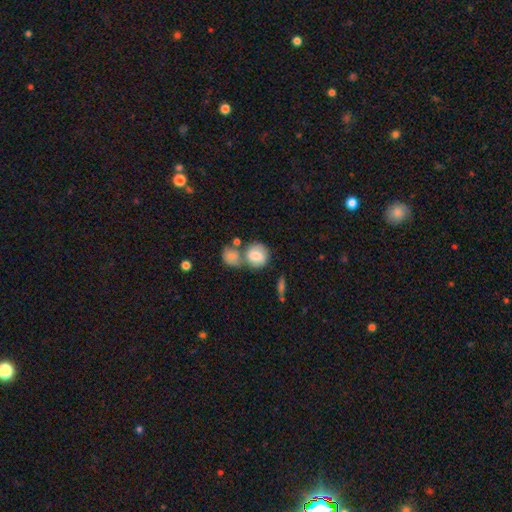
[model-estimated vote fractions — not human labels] Q: Smooth or featured?
A: smooth (73%); runner-up: featured or disk (20%)
Q: How rounded?
A: round (72%); runner-up: in between (27%)
Q: Merging?
A: merger (41%); runner-up: none (40%)